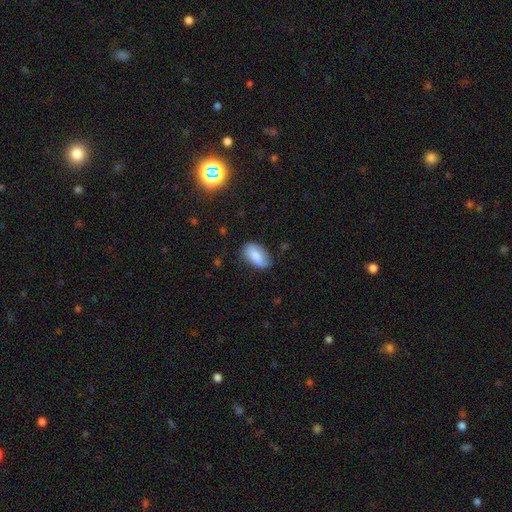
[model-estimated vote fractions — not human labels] Overall: smooth (75%). How rounded: in between (93%). Merging: none (67%).